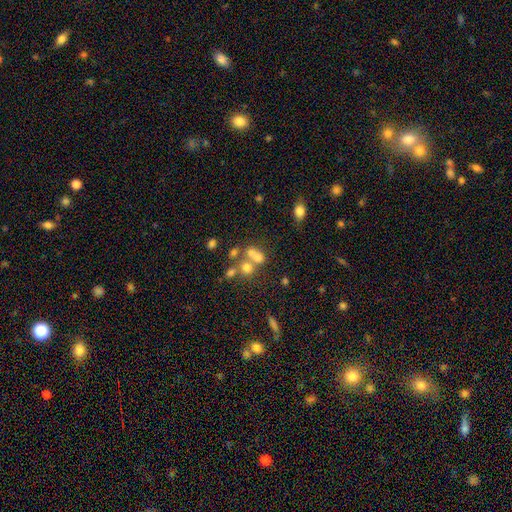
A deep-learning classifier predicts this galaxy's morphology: This is possibly a smooth galaxy (57%). How rounded: possibly round (51%). Merging: possibly merger (54%).